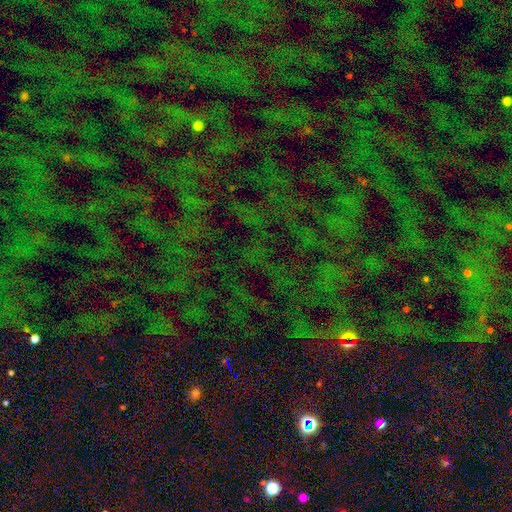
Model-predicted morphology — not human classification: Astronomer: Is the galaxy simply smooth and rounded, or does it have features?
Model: star or artifact — 74%.